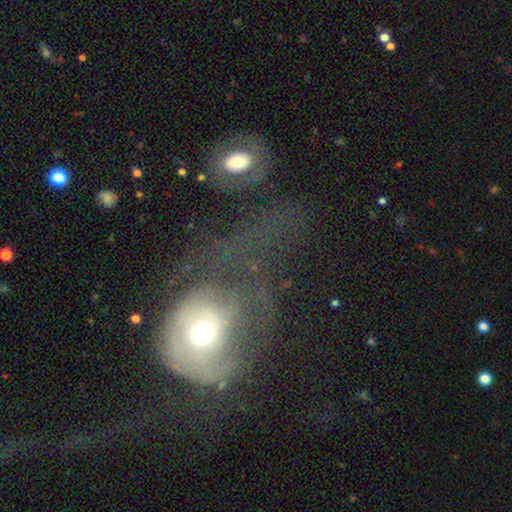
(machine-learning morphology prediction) Smooth or featured: featured or disk — 44% (smooth — 42%)
Merging: major disturbance — 60% (none — 17%)